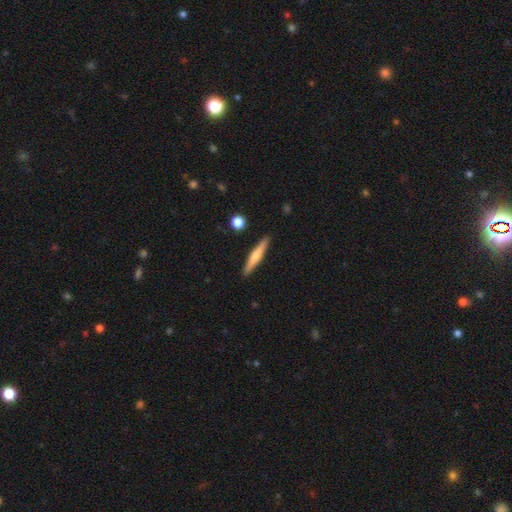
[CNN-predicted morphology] smooth-or-featured: featured or disk: 47% (tied) | smooth: 47% (tied) | star or artifact: 6%
  merging: none: 90% | minor disturbance: 7% | major disturbance: 1% | merger: 1%